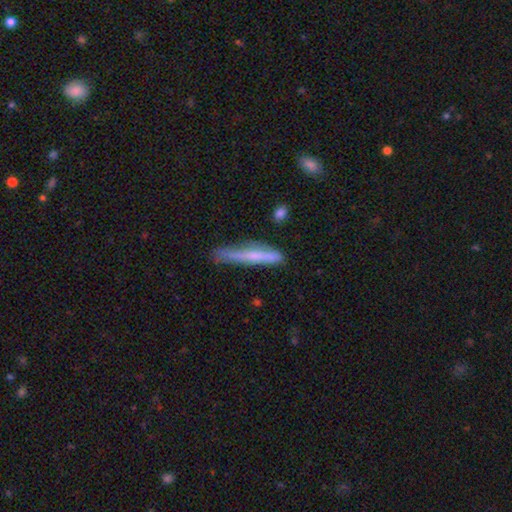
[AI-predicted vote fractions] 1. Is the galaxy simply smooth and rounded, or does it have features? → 57% smooth, 37% featured or disk, 6% star or artifact.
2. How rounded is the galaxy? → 94% cigar-shaped, 5% in between, 1% round.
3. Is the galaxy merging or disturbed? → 61% none, 27% minor disturbance, 8% major disturbance, 4% merger.